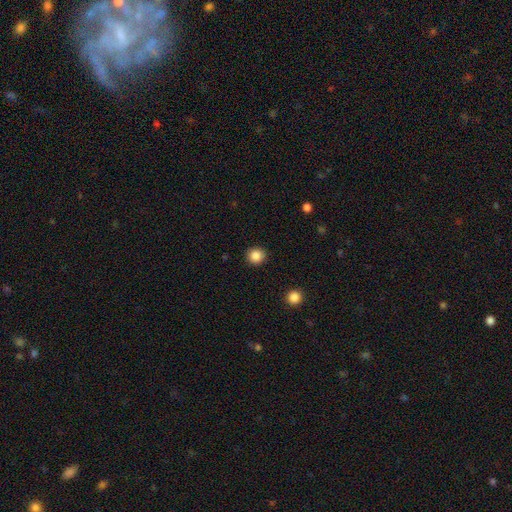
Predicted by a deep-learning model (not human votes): A smooth galaxy with no disk features (86%) that is round (91%). Merging: none (91%).